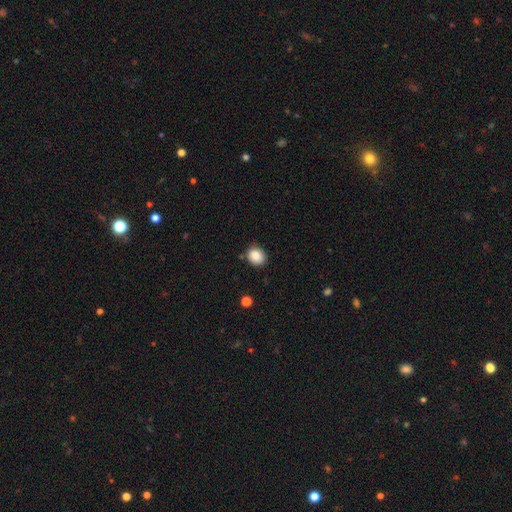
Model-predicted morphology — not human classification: This is clearly a smooth galaxy (86%). How rounded: likely round (63%). Merging: clearly none (81%).